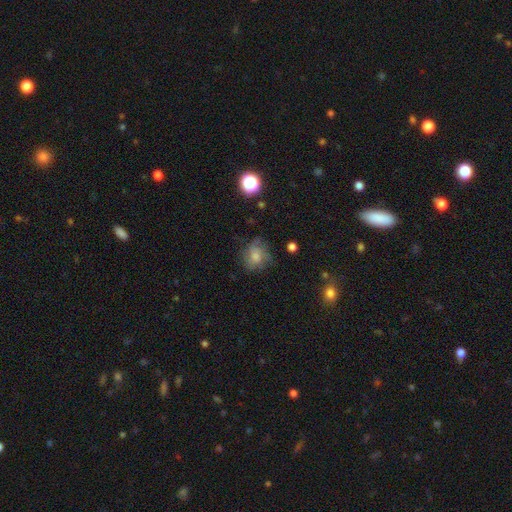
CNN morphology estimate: This is possibly a smooth galaxy (59%). How rounded: possibly round (59%). Merging: possibly none (55%).